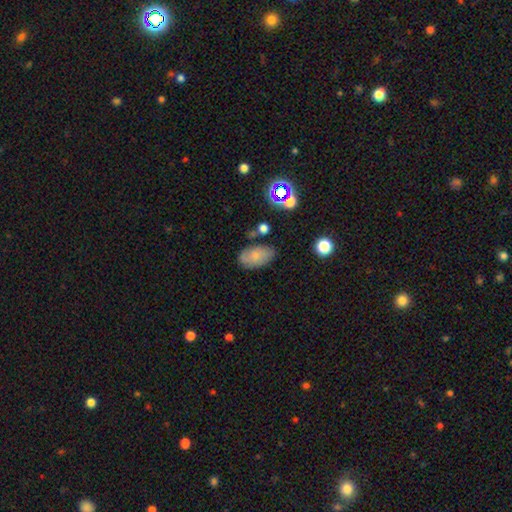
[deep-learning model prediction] Smooth or featured? smooth (69%)
How rounded? in between (92%)
Merging? none (71%)